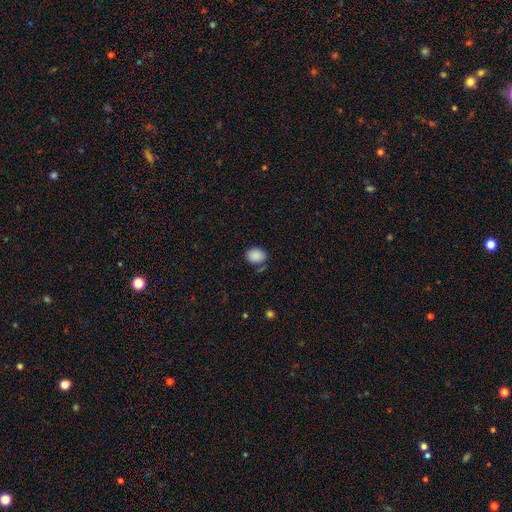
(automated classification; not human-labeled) A smooth galaxy with no disk features (87%) that is round (51%).

Vote fractions:
- Smooth or featured? smooth: 87% / star or artifact: 9% / featured or disk: 4%
- How rounded? round: 51% / in between: 48% / cigar-shaped: 1%
- Merging? none: 74% / minor disturbance: 17% / major disturbance: 5% / merger: 5%